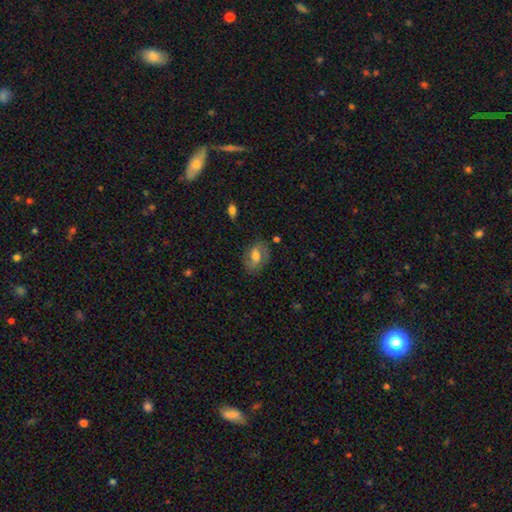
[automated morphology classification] The model was most divided on "smooth or featured": featured or disk: 53%, smooth: 39%, star or artifact: 8%. More confident: edge-on disk — no (95%); merging — none (71%).